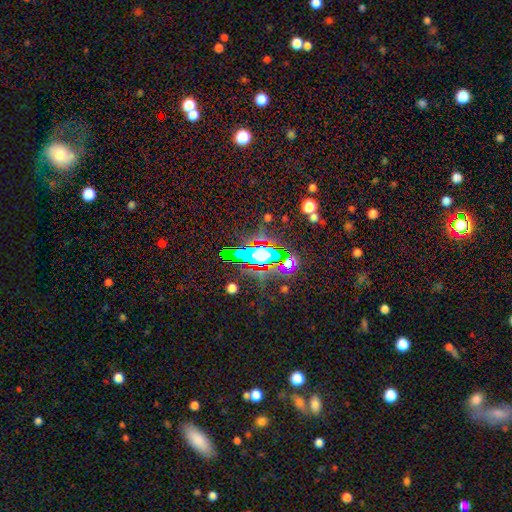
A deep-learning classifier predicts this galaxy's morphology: This is likely a star or artifact rather than a galaxy (67%).